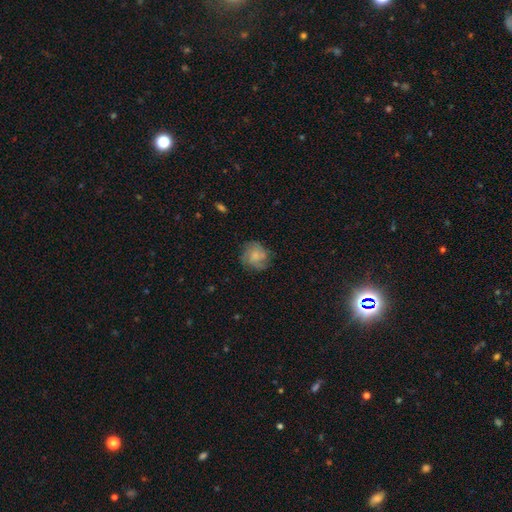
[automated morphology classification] smooth 56%, featured or disk 35%, star or artifact 9%. Down the decision tree: how rounded — round (78%); merging — none (69%).